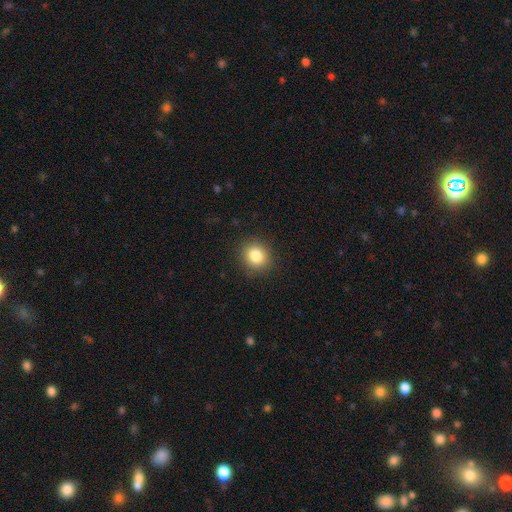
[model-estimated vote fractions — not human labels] A smooth galaxy with no disk features (83%) that is round (81%).

Vote fractions:
- Smooth or featured? smooth: 83% / star or artifact: 11% / featured or disk: 6%
- How rounded? round: 81% / in between: 18% / cigar-shaped: 1%
- Merging? none: 89% / minor disturbance: 7% / major disturbance: 2% / merger: 1%